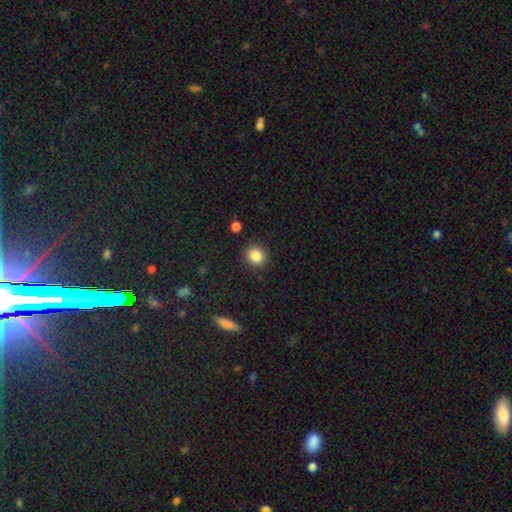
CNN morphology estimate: Smooth or featured?
  - smooth: 85% *
  - star or artifact: 10%
  - featured or disk: 5%
How rounded?
  - round: 86% *
  - in between: 13%
  - cigar-shaped: 1%
Merging?
  - none: 89% *
  - minor disturbance: 7%
  - major disturbance: 2%
  - merger: 2%